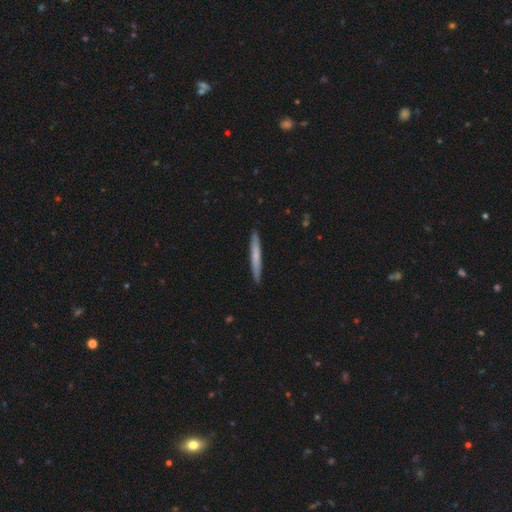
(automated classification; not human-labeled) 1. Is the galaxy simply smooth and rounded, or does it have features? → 64% smooth, 30% featured or disk, 5% star or artifact.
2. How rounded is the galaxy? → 97% cigar-shaped, 2% in between, 1% round.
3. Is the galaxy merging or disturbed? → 92% none, 6% minor disturbance, 1% major disturbance, 1% merger.